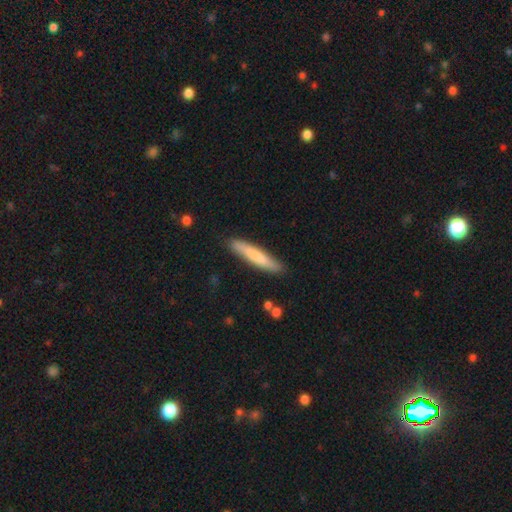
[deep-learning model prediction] Smooth or featured? Predicted: smooth (p=0.74). How rounded? Predicted: cigar-shaped (p=0.92). Merging? Predicted: none (p=0.86).